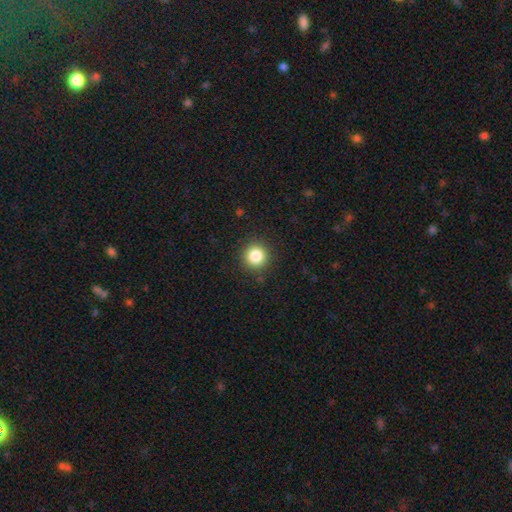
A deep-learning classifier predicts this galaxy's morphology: A smooth galaxy with no disk features (84%) that is round (94%). Merging: none (91%).